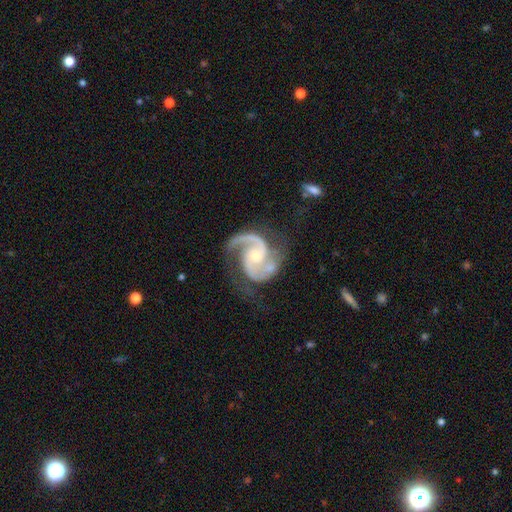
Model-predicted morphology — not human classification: smooth_or_featured: featured or disk (p=0.93) [alt: star or artifact p=0.04]
disk_edge_on: no (p=0.98) [alt: yes p=0.02]
bar: no (p=0.59) [alt: weak p=0.31]
has_spiral_arms: yes (p=0.98) [alt: no p=0.02]
spiral_winding: medium (p=0.63) [alt: tight p=0.21]
spiral_arm_count: 2 (p=0.89) [alt: 3 p=0.03]
bulge_size: small (p=0.56) [alt: moderate p=0.40]
merging: none (p=0.64) [alt: minor disturbance p=0.20]